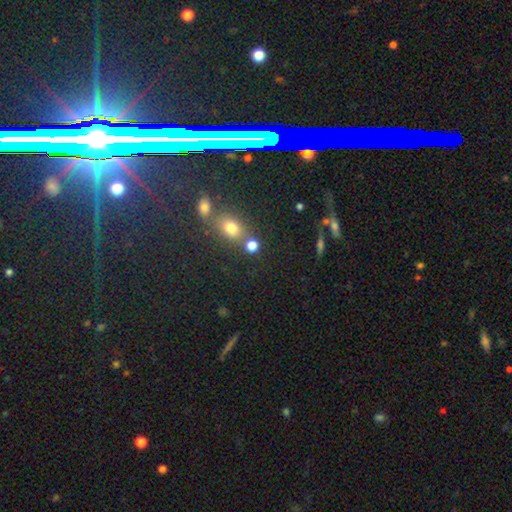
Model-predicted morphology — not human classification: Overall: star or artifact (63%; smooth 25%).